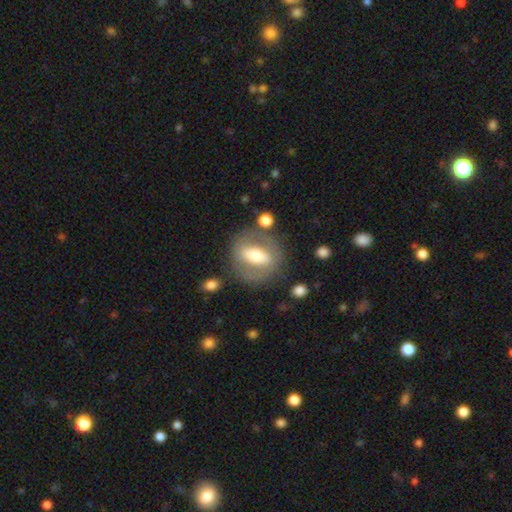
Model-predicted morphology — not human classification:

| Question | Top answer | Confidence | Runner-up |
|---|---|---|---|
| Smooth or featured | featured or disk | 58% | smooth (36%) |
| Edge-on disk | no | 83% | yes (17%) |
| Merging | none | 76% | minor disturbance (13%) |